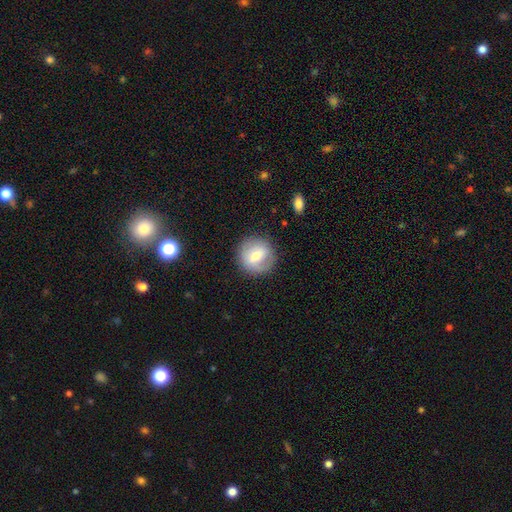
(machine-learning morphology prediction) This appears to be a smooth galaxy with no disk features (55%) that is round (91%). Merging: none (84%).